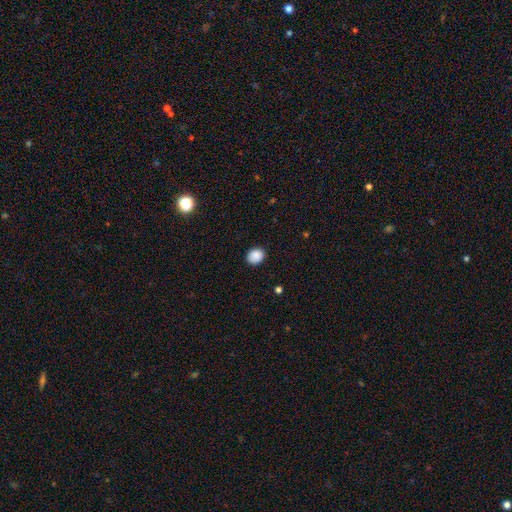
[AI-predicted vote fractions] This appears to be a smooth galaxy with no disk features (88%) that is round (58%). Merging: none (88%).